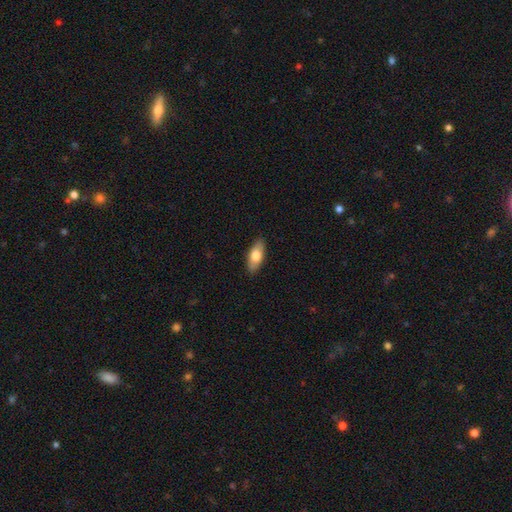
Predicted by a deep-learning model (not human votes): This is likely a smooth galaxy (73%). How rounded: clearly in between (80%). Merging: clearly none (88%).